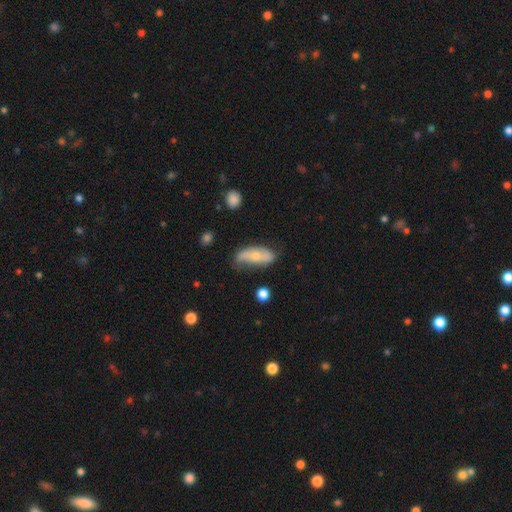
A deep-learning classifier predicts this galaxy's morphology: smooth 49%, featured or disk 44%, star or artifact 7%. Down the decision tree: merging — none (52%).